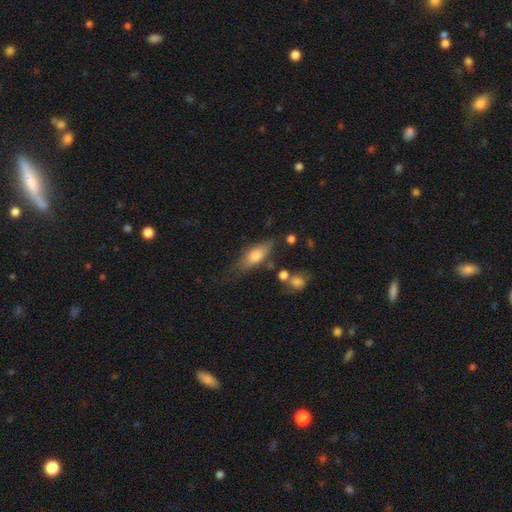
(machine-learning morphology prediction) smooth 62%, featured or disk 30%, star or artifact 7%. Down the decision tree: how rounded — in between (67%); merging — none (59%).